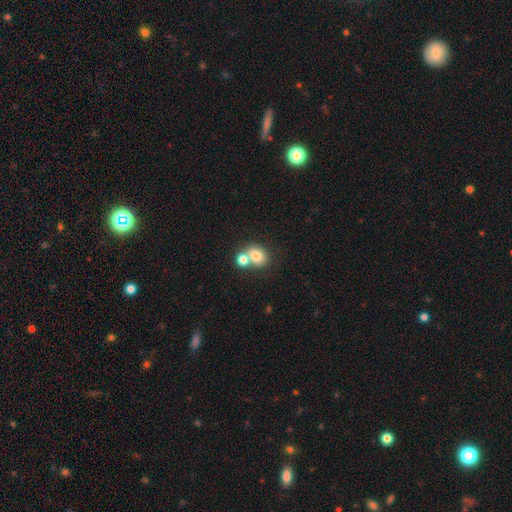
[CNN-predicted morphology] type=smooth (77%); roundness=round (64%); merging=merger (53%).